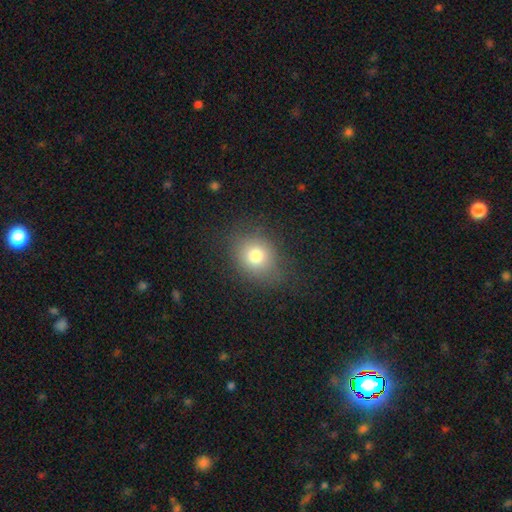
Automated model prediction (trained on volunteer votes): Smooth or featured?
  - smooth: 76% *
  - star or artifact: 13%
  - featured or disk: 11%
How rounded?
  - round: 65% *
  - in between: 34%
  - cigar-shaped: 1%
Merging?
  - none: 77% *
  - minor disturbance: 15%
  - major disturbance: 7%
  - merger: 1%